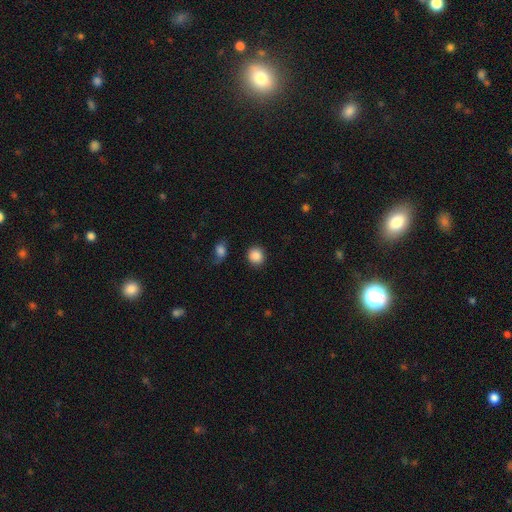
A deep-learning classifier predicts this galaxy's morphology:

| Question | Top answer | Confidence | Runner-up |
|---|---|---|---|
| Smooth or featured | smooth | 88% | star or artifact (9%) |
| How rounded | round | 87% | in between (12%) |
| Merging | none | 88% | minor disturbance (7%) |